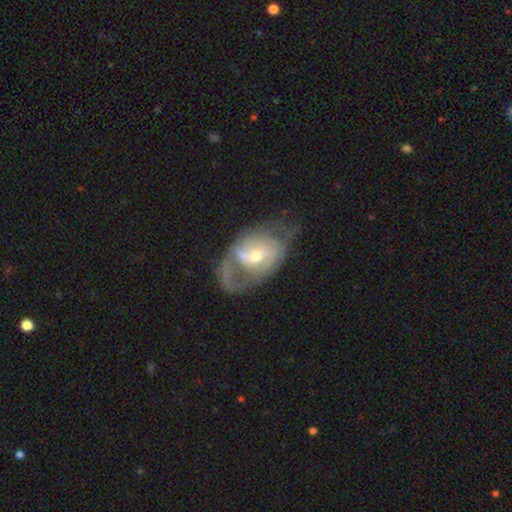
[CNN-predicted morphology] Smooth or featured: featured or disk — 72% (smooth — 21%)
Edge-on disk: no — 96% (yes — 4%)
Bar: no — 47% (weak — 42%)
Spiral arms: yes — 70% (no — 30%)
Bulge size: moderate — 59% (small — 34%)
Merging: major disturbance — 34% (none — 31%)